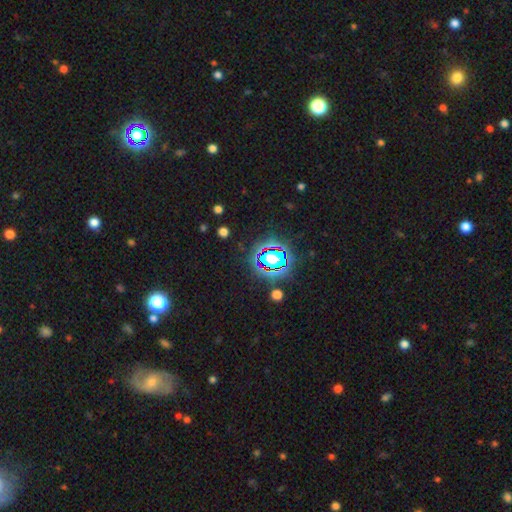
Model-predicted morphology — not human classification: This is likely a star or artifact rather than a galaxy (79%).